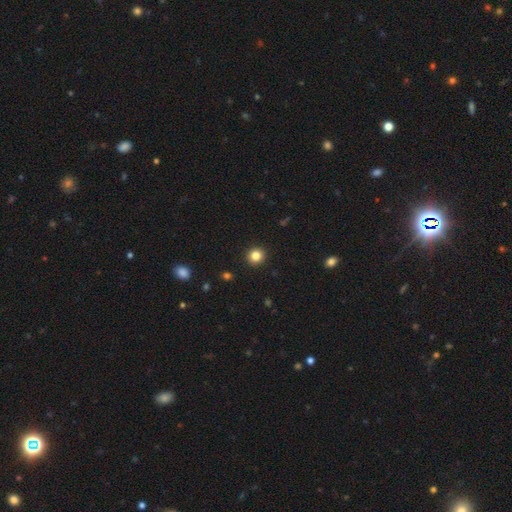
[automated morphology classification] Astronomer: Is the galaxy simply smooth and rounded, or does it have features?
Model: smooth — 83%.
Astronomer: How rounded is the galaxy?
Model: round — 92%.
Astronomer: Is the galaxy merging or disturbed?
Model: none — 93%.